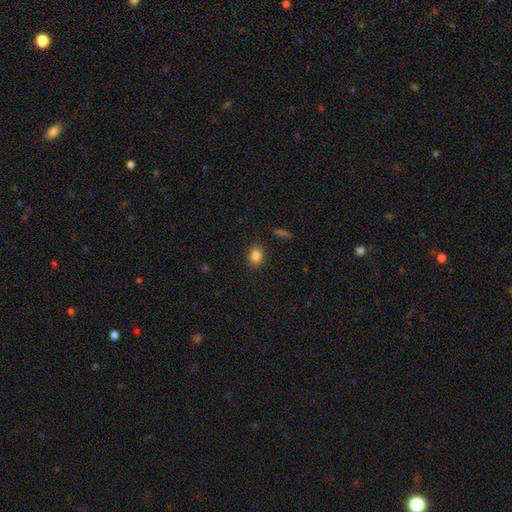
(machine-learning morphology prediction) Q: Smooth or featured?
A: smooth (84%); runner-up: star or artifact (11%)
Q: How rounded?
A: in between (57%); runner-up: round (41%)
Q: Merging?
A: none (88%); runner-up: minor disturbance (9%)